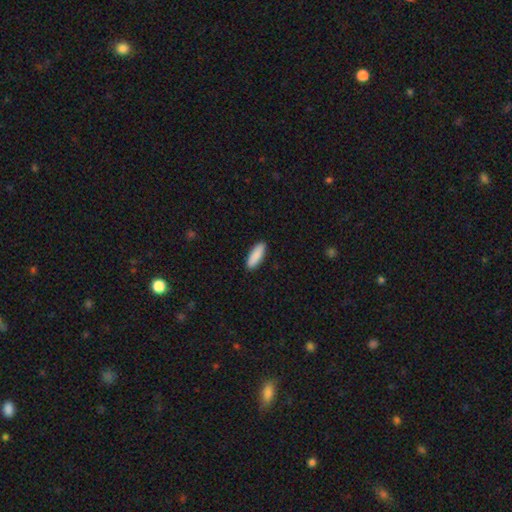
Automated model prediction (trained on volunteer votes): Smooth or featured: smooth — 90% (star or artifact — 5%)
How rounded: in between — 55% (cigar-shaped — 43%)
Merging: none — 91% (minor disturbance — 7%)